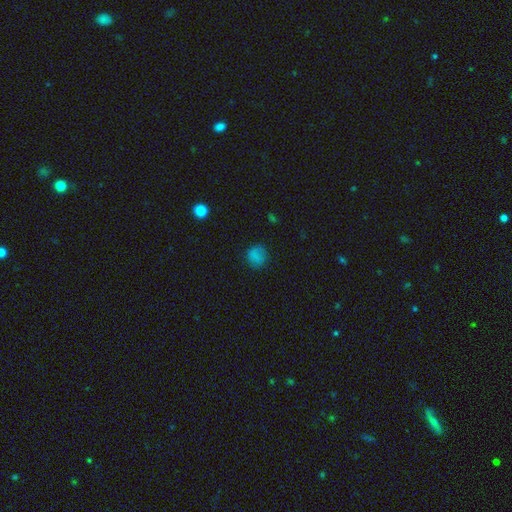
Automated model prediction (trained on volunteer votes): smooth 78%, star or artifact 15%, featured or disk 7%. Down the decision tree: how rounded — round (82%); merging — none (78%).